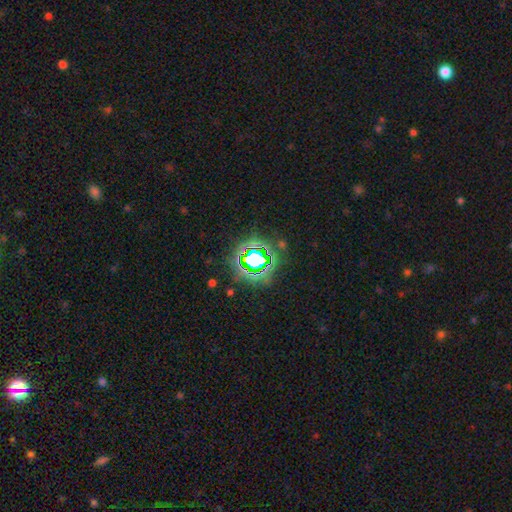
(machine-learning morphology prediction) Smooth or featured: star or artifact — 75% (smooth — 15%)